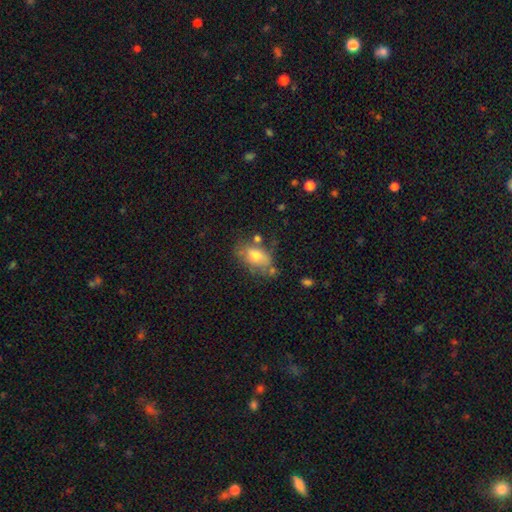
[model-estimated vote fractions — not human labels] smooth_or_featured: smooth (p=0.67) [alt: featured or disk p=0.25]
how_rounded: in between (p=0.87) [alt: round p=0.10]
merging: none (p=0.52) [alt: minor disturbance p=0.25]